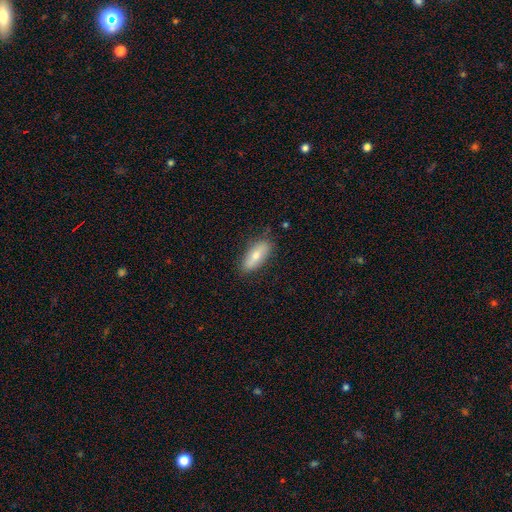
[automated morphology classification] Smooth or featured: smooth — 70% (featured or disk — 24%)
How rounded: in between — 75% (cigar-shaped — 23%)
Merging: none — 82% (minor disturbance — 14%)